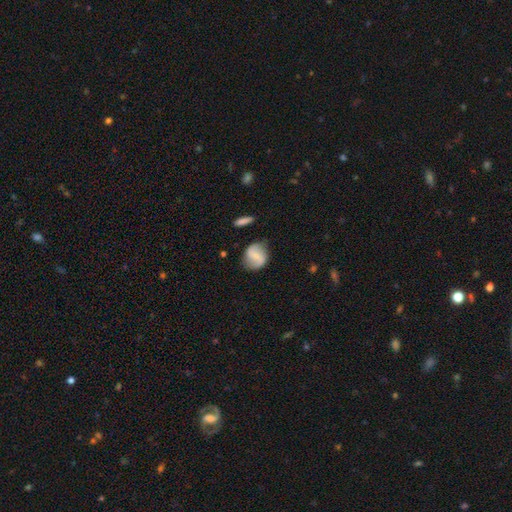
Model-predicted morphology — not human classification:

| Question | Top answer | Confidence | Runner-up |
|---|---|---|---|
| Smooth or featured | featured or disk | 56% | smooth (37%) |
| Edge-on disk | no | 96% | yes (4%) |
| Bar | weak | 44% | strong (31%) |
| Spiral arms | yes | 82% | no (18%) |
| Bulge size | small | 59% | moderate (23%) |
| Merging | none | 76% | minor disturbance (17%) |